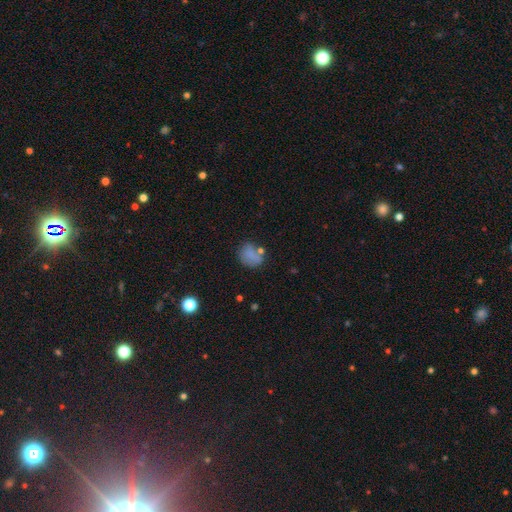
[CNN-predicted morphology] This is likely a smooth galaxy (74%). How rounded: possibly round (56%). Merging: possibly none (56%).